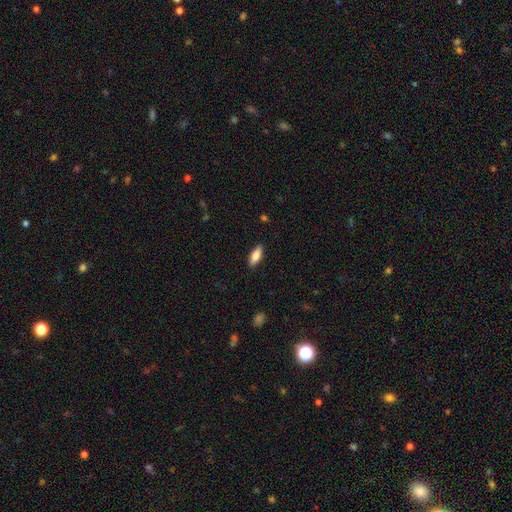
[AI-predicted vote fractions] This is clearly a smooth galaxy (84%). How rounded: likely in between (73%). Merging: clearly none (88%).